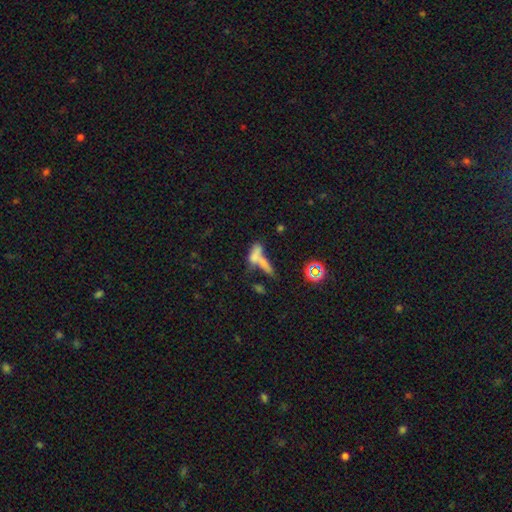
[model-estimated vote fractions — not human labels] A smooth galaxy with no disk features (63%) that is in between round and cigar-shaped (50%).

Vote fractions:
- Smooth or featured? smooth: 63% / featured or disk: 22% / star or artifact: 15%
- How rounded? in between: 50% / cigar-shaped: 44% / round: 6%
- Merging? merger: 57% / none: 24% / major disturbance: 10% / minor disturbance: 10%